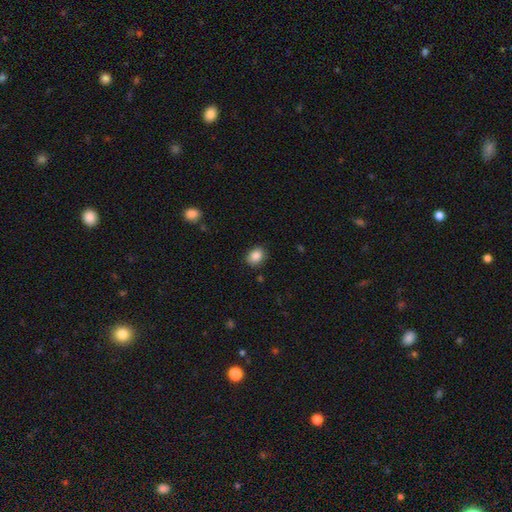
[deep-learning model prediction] A smooth galaxy with no disk features (87%) that is in between round and cigar-shaped (62%).

Vote fractions:
- Smooth or featured? smooth: 87% / star or artifact: 9% / featured or disk: 4%
- How rounded? in between: 62% / round: 37% / cigar-shaped: 1%
- Merging? none: 84% / minor disturbance: 12% / major disturbance: 3% / merger: 1%